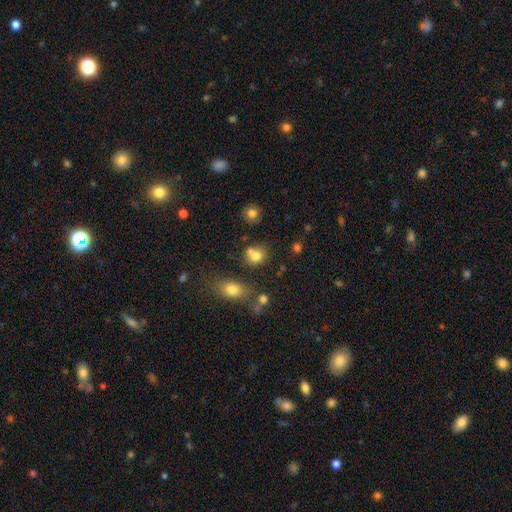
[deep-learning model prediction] smooth 77%, star or artifact 13%, featured or disk 10%. Down the decision tree: how rounded — round (69%); merging — none (53%).